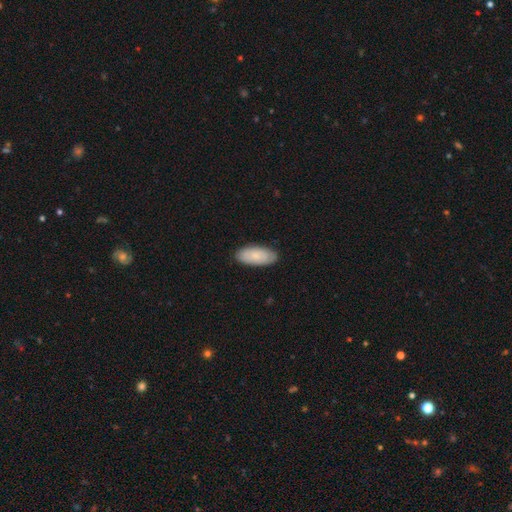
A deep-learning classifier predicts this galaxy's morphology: type=smooth (83%); roundness=in between (89%); merging=none (87%).